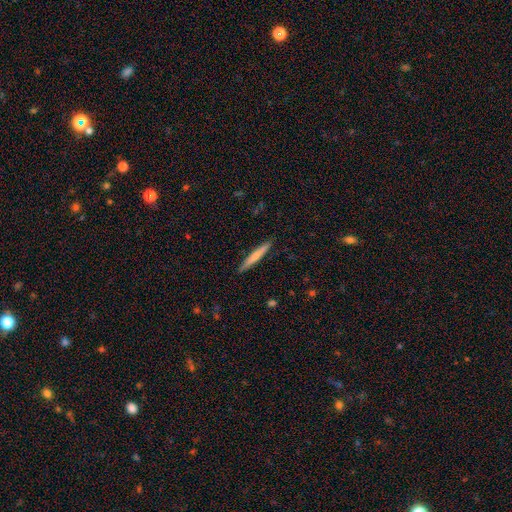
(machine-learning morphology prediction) Smooth or featured?
  - smooth: 60% *
  - featured or disk: 35%
  - star or artifact: 6%
How rounded?
  - cigar-shaped: 95% *
  - in between: 4%
  - round: 1%
Merging?
  - none: 91% *
  - minor disturbance: 7%
  - major disturbance: 1%
  - merger: 1%